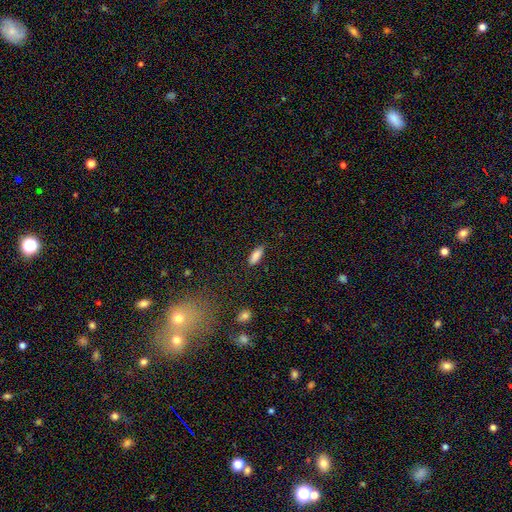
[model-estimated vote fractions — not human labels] Smooth or featured? Predicted: smooth (p=0.86). How rounded? Predicted: in between (p=0.69). Merging? Predicted: none (p=0.81).